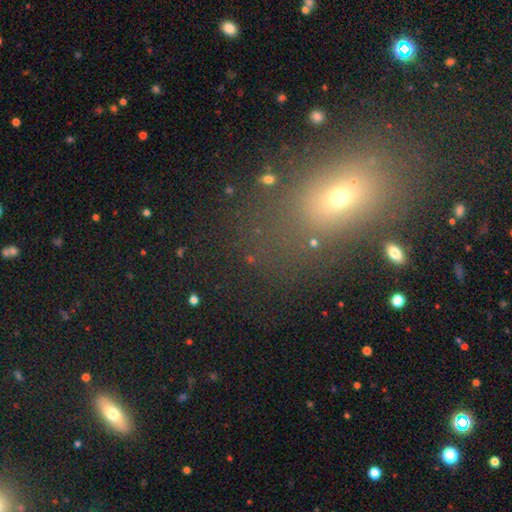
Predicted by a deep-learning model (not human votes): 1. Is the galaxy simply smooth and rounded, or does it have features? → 49% smooth, 36% star or artifact, 15% featured or disk.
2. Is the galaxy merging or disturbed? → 72% none, 13% minor disturbance, 9% major disturbance, 6% merger.